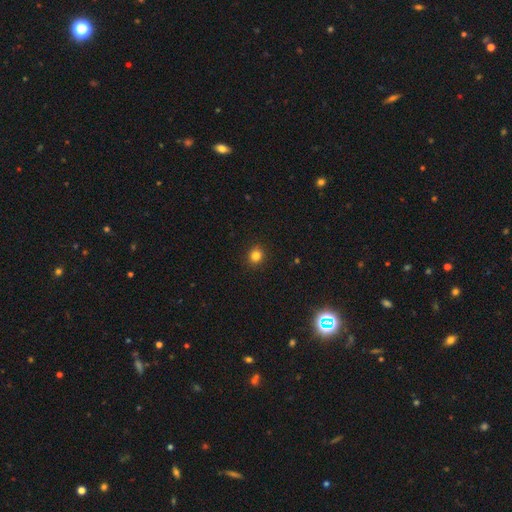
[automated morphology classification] Overall: smooth (83%). How rounded: round (87%). Merging: none (92%).